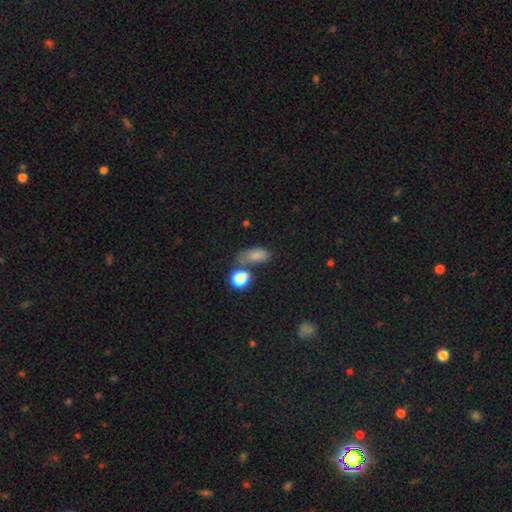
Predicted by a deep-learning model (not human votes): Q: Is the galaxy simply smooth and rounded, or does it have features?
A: smooth — 77%.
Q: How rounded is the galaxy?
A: in between — 81%.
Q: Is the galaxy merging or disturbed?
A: none — 48%.